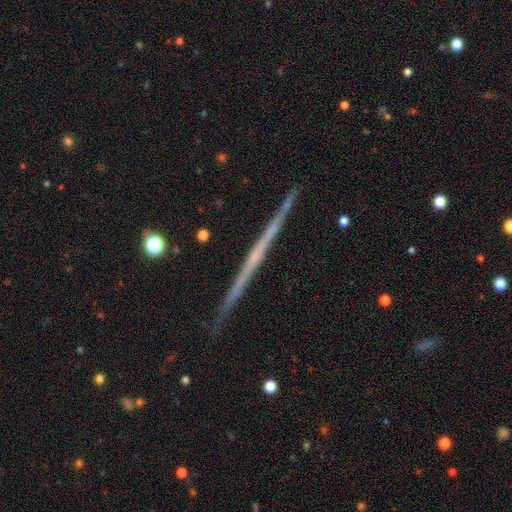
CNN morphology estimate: The model was most divided on "smooth or featured": featured or disk: 73%, smooth: 21%, star or artifact: 6%. More confident: edge-on disk — yes (98%); merging — none (91%); edge-on bulge — none (83%).